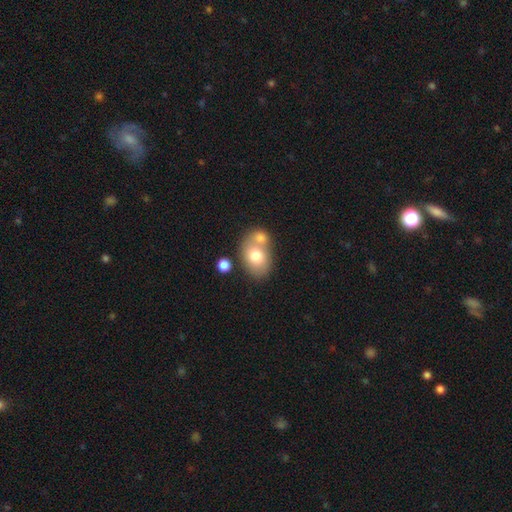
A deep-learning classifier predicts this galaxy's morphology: Overall: smooth (73%). How rounded: in between (72%). Merging: merger (47%; none 38%).